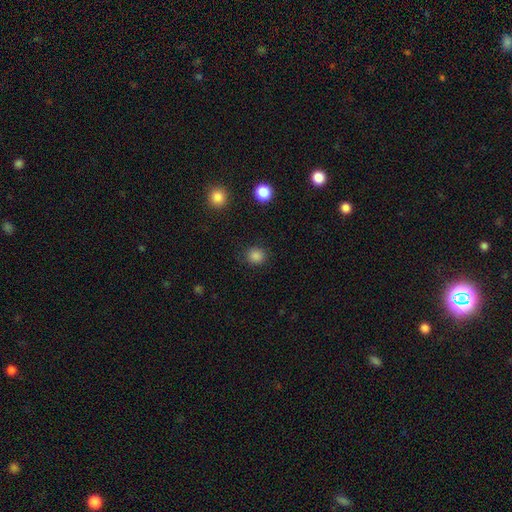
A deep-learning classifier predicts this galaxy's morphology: Smooth or featured? smooth (85%)
How rounded? round (87%)
Merging? none (89%)